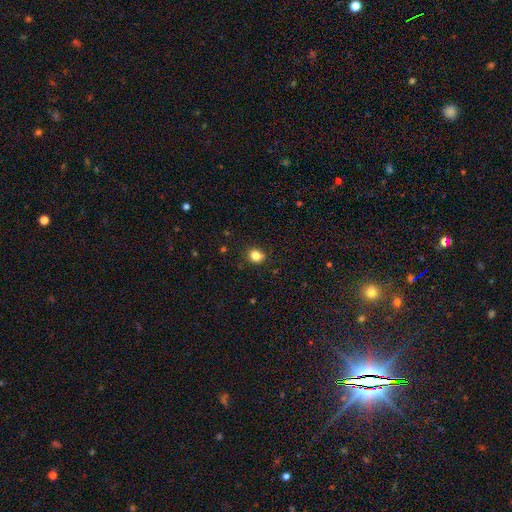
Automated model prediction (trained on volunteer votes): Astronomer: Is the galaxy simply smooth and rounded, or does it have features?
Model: smooth — 83%.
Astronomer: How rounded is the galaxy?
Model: round — 73%.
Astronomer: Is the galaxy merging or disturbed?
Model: none — 86%.